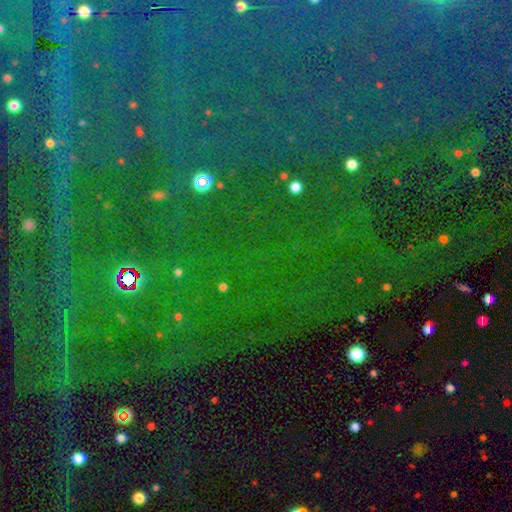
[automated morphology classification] This appears to be a star or artifact, not a galaxy (86%).